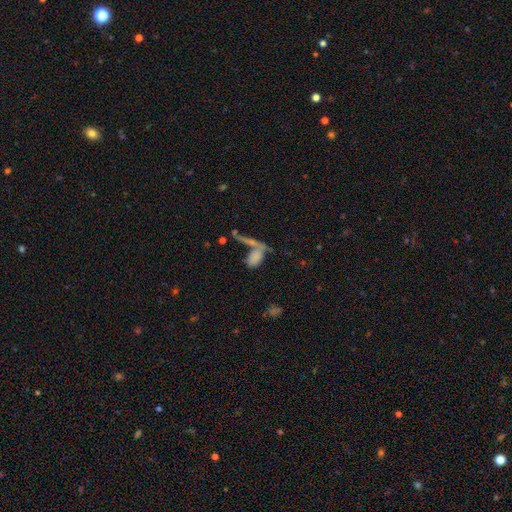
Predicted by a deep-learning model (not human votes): Morphology: type=smooth (69%); roundness=in between (79%); merging=merger (49%).